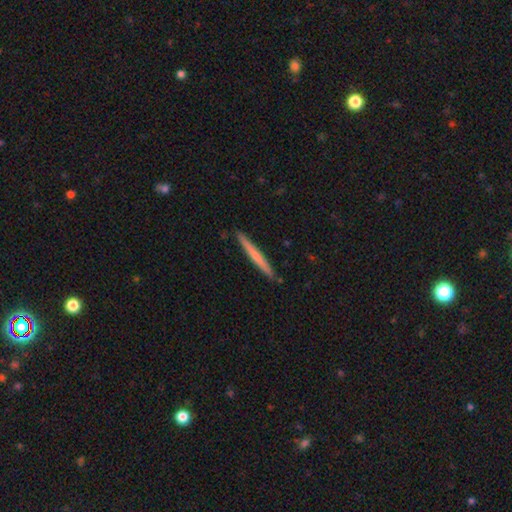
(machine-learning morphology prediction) A smooth galaxy with no disk features (58%) that is cigar-shaped (97%).

Vote fractions:
- Smooth or featured? smooth: 58% / featured or disk: 37% / star or artifact: 5%
- How rounded? cigar-shaped: 97% / in between: 2% / round: 1%
- Merging? none: 91% / minor disturbance: 6% / merger: 1% / major disturbance: 1%